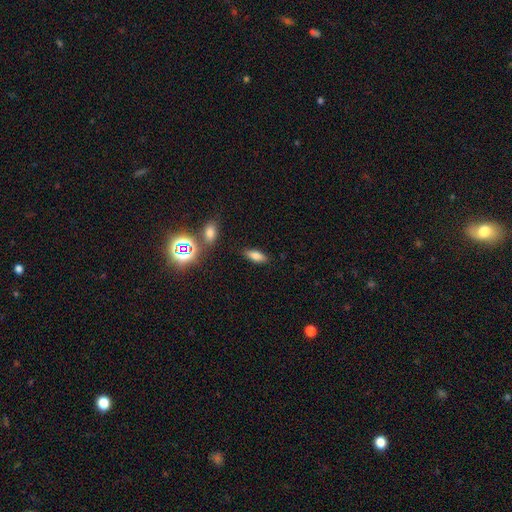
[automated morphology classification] This appears to be a smooth galaxy with no disk features (77%) that is in between round and cigar-shaped (73%). Merging: none (83%).